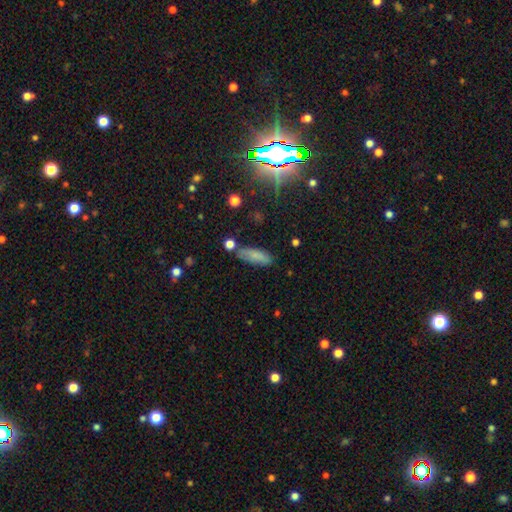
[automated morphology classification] Smooth or featured?
  - smooth: 76% *
  - featured or disk: 13%
  - star or artifact: 10%
How rounded?
  - in between: 59% *
  - cigar-shaped: 38%
  - round: 3%
Merging?
  - none: 74% *
  - minor disturbance: 17%
  - merger: 5%
  - major disturbance: 4%